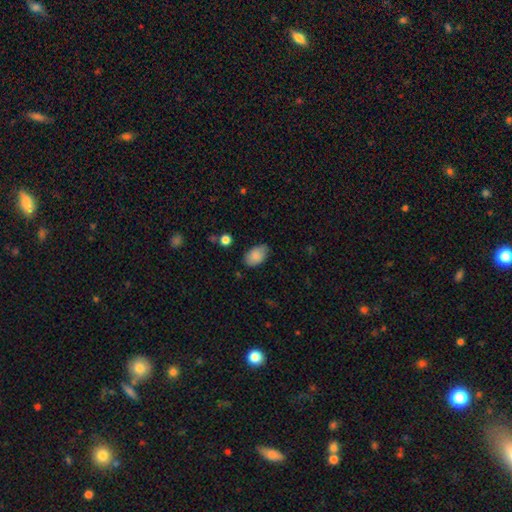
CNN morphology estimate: Smooth or featured?
  - smooth: 86% *
  - star or artifact: 7%
  - featured or disk: 7%
How rounded?
  - in between: 91% *
  - round: 8%
  - cigar-shaped: 1%
Merging?
  - none: 74% *
  - minor disturbance: 20%
  - major disturbance: 4%
  - merger: 2%